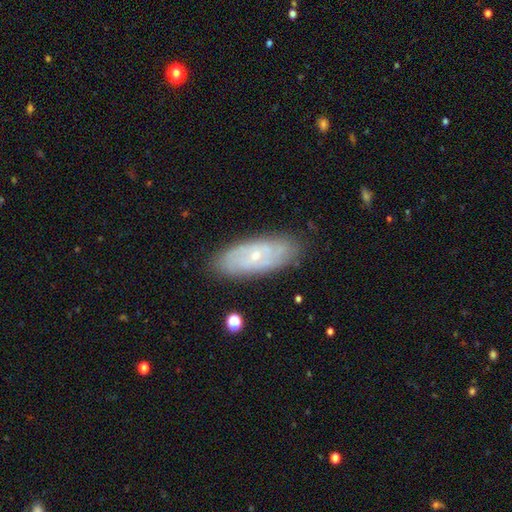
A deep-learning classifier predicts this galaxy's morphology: smooth_or_featured: featured or disk (p=0.67) [alt: smooth p=0.26]
disk_edge_on: no (p=0.87) [alt: yes p=0.13]
bar: no (p=0.62) [alt: weak p=0.32]
has_spiral_arms: yes (p=0.81) [alt: no p=0.19]
bulge_size: small (p=0.75) [alt: moderate p=0.21]
merging: none (p=0.82) [alt: minor disturbance p=0.13]